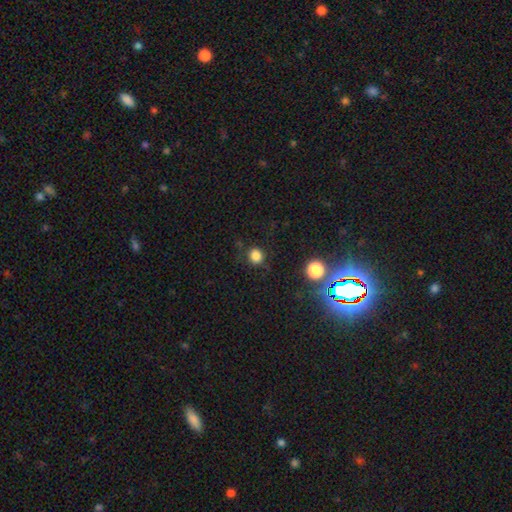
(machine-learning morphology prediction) Smooth or featured? smooth (82%)
How rounded? round (86%)
Merging? none (83%)